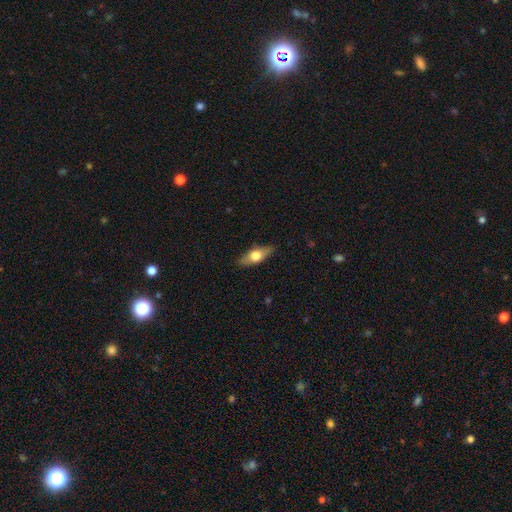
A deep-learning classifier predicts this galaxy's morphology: Smooth or featured?
  - smooth: 56% *
  - featured or disk: 38%
  - star or artifact: 6%
How rounded?
  - in between: 67% *
  - cigar-shaped: 29%
  - round: 4%
Merging?
  - none: 86% *
  - minor disturbance: 10%
  - major disturbance: 2%
  - merger: 1%